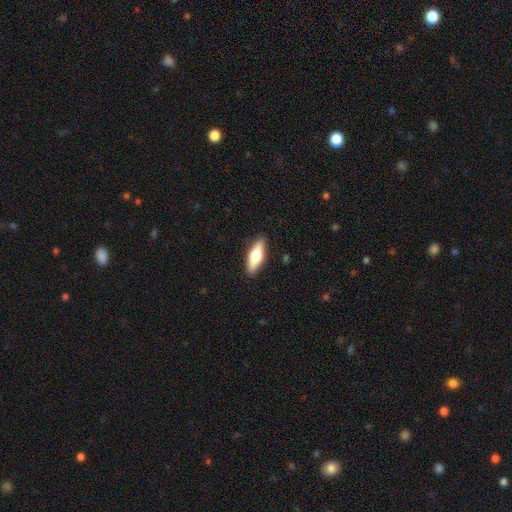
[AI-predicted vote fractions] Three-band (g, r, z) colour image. It shows a smooth galaxy with no disk features (59%) that is in between round and cigar-shaped (55%). Merging: none (89%).